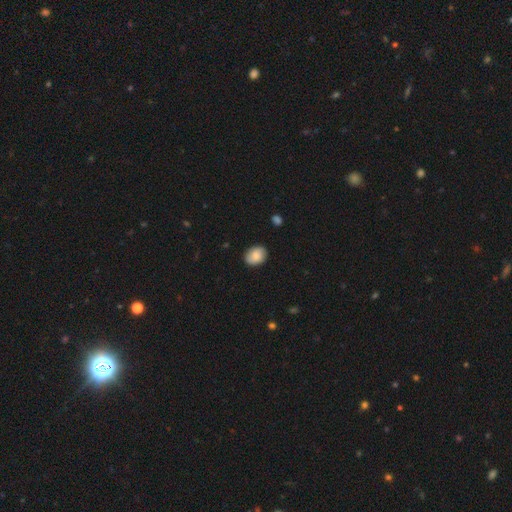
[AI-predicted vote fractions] Smooth or featured? Predicted: smooth (p=0.84). How rounded? Predicted: in between (p=0.63). Merging? Predicted: none (p=0.86).